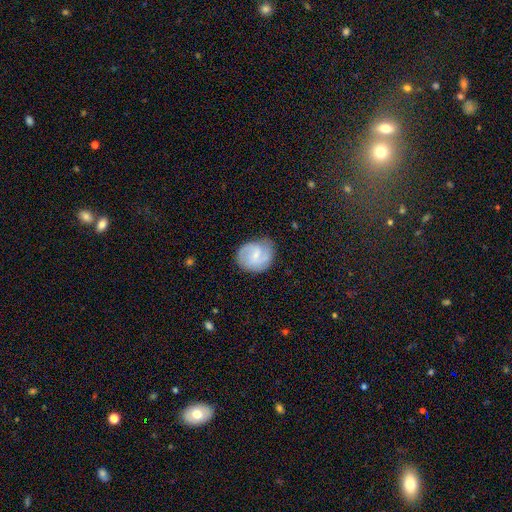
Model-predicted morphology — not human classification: Smooth or featured?
  - featured or disk: 61% *
  - smooth: 33%
  - star or artifact: 6%
Edge-on disk?
  - no: 98% *
  - yes: 2%
Bar?
  - weak: 55% *
  - no: 35%
  - strong: 10%
Spiral arms?
  - yes: 90% *
  - no: 10%
Spiral winding?
  - medium: 47% *
  - tight: 31%
  - loose: 22%
Spiral arm count?
  - 2: 69% *
  - can't tell: 15%
  - 1: 7%
  - 3: 5%
  - 4: 2%
  - more than 4: 2%
Bulge size?
  - small: 63% *
  - moderate: 25%
  - none: 10%
  - large: 2%
  - dominant: 1%
Merging?
  - none: 69% *
  - minor disturbance: 22%
  - major disturbance: 7%
  - merger: 2%